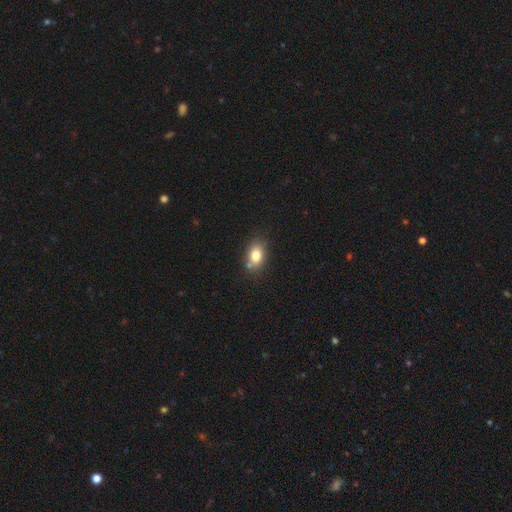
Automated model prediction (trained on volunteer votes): The model was most divided on "how rounded": in between: 73%, round: 25%, cigar-shaped: 2%. More confident: smooth or featured — smooth (79%); merging — none (70%).